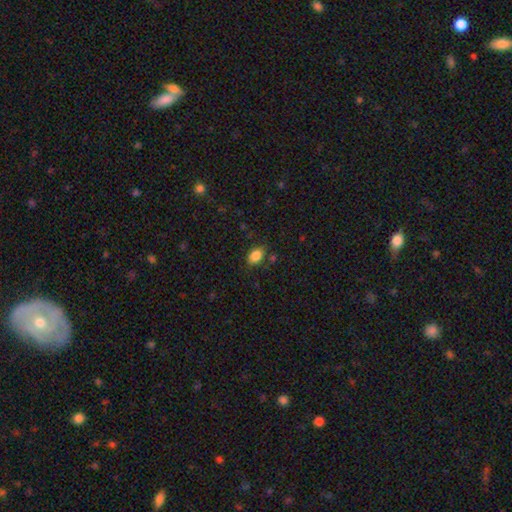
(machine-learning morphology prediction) smooth-or-featured: smooth: 86% | star or artifact: 9% | featured or disk: 4%
  how-rounded: in between: 80% | round: 19% | cigar-shaped: 1%
  merging: none: 83% | minor disturbance: 12% | major disturbance: 3% | merger: 3%